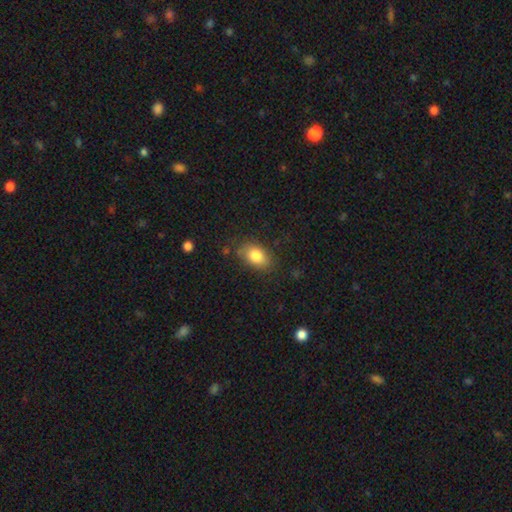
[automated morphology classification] smooth_or_featured: smooth (p=0.82) [alt: featured or disk p=0.10]
how_rounded: in between (p=0.86) [alt: round p=0.12]
merging: none (p=0.77) [alt: minor disturbance p=0.17]